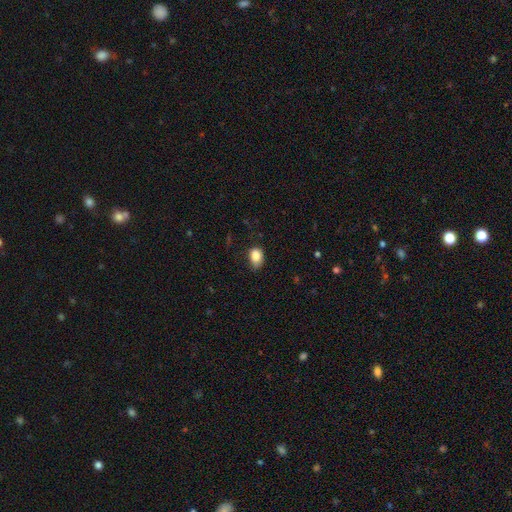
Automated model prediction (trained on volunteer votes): smooth-or-featured: smooth: 86% | star or artifact: 9% | featured or disk: 6%
  how-rounded: in between: 74% | round: 25% | cigar-shaped: 1%
  merging: none: 58% | minor disturbance: 33% | major disturbance: 7% | merger: 2%